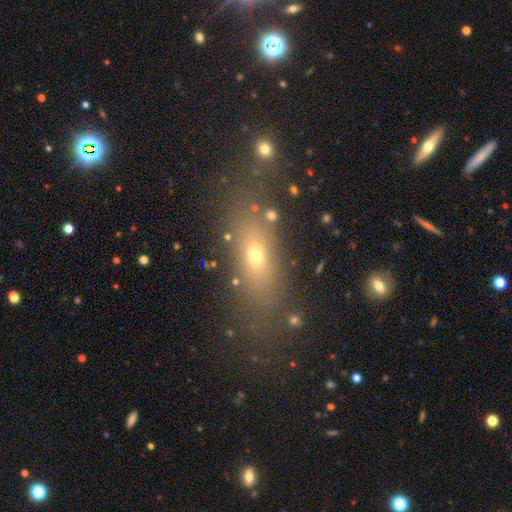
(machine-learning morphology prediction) smooth 62%, featured or disk 19%, star or artifact 19%. Down the decision tree: how rounded — in between (65%); merging — none (74%).